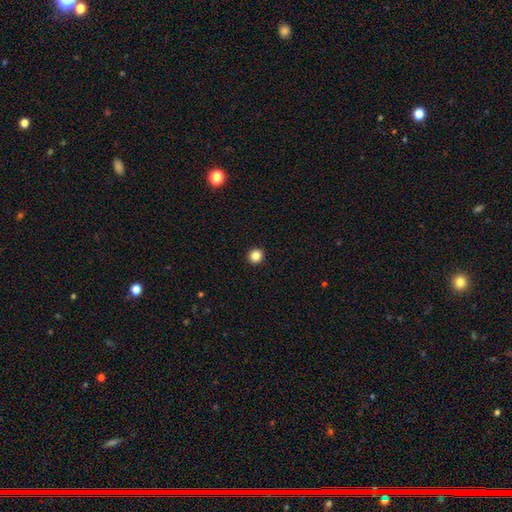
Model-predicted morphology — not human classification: This is clearly a smooth galaxy (85%). How rounded: clearly round (93%). Merging: clearly none (94%).